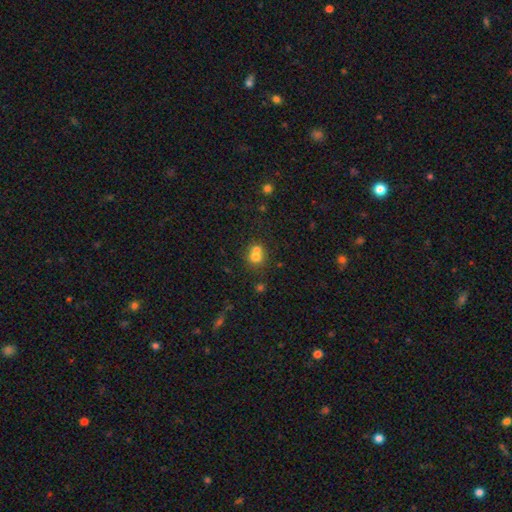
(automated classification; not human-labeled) A smooth galaxy with no disk features (69%) that is round (80%). Merging: merger (59%).